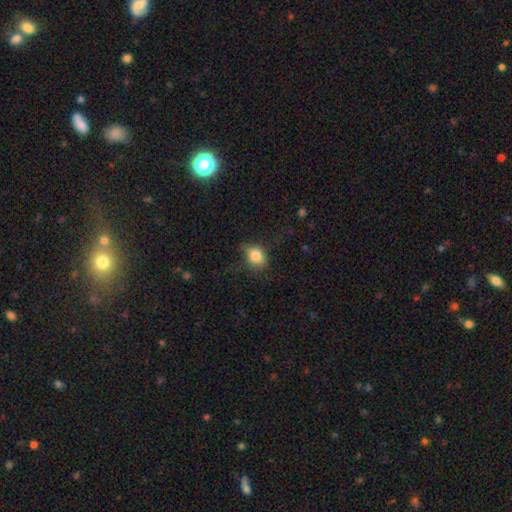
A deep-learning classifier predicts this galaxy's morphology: Overall: smooth (80%). How rounded: round (54%; in between 45%). Merging: none (59%; minor disturbance 28%).